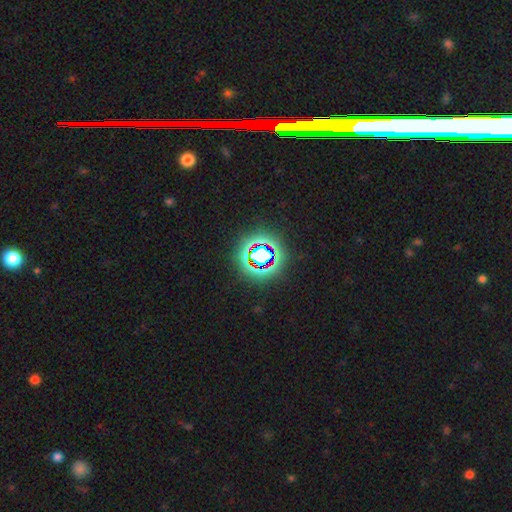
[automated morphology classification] Overall: star or artifact (75%).